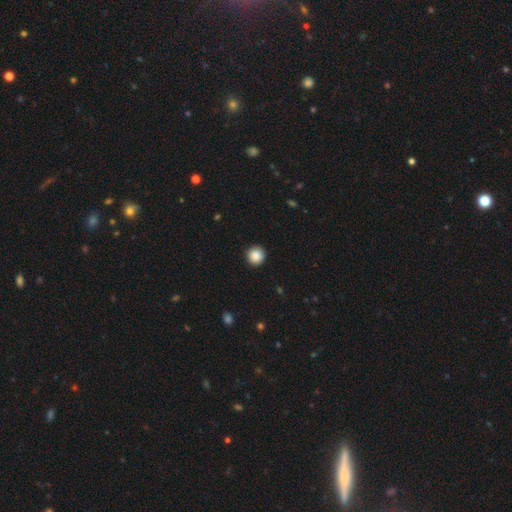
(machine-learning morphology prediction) Smooth or featured?
  - smooth: 88% *
  - star or artifact: 9%
  - featured or disk: 3%
How rounded?
  - round: 95% *
  - in between: 4%
  - cigar-shaped: 1%
Merging?
  - none: 92% *
  - minor disturbance: 5%
  - major disturbance: 2%
  - merger: 1%